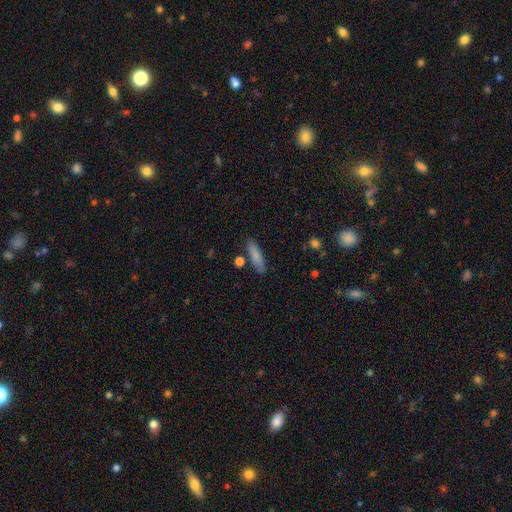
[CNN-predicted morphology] type=smooth (81%); roundness=cigar-shaped (65%); merging=none (79%).